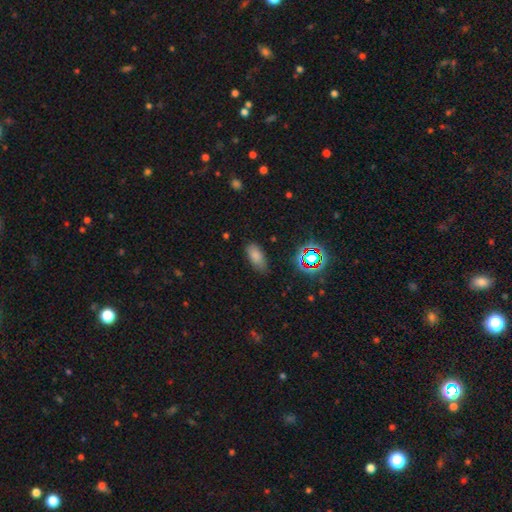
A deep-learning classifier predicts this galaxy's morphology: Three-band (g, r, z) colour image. It shows a smooth galaxy with no disk features (76%) that is in between round and cigar-shaped (89%). Merging: none (75%).